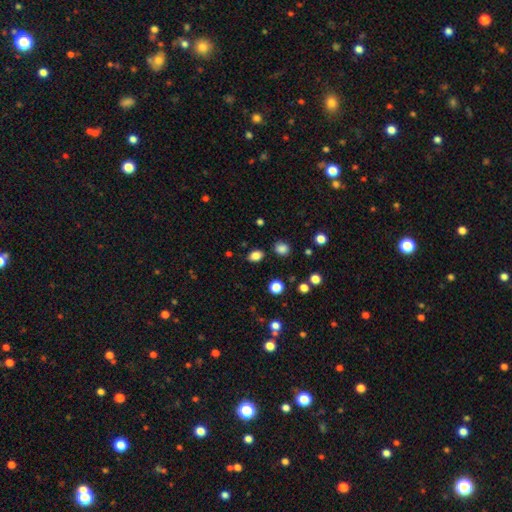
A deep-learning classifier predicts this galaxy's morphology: smooth 83%, star or artifact 13%, featured or disk 4%. Down the decision tree: how rounded — in between (73%); merging — none (85%).